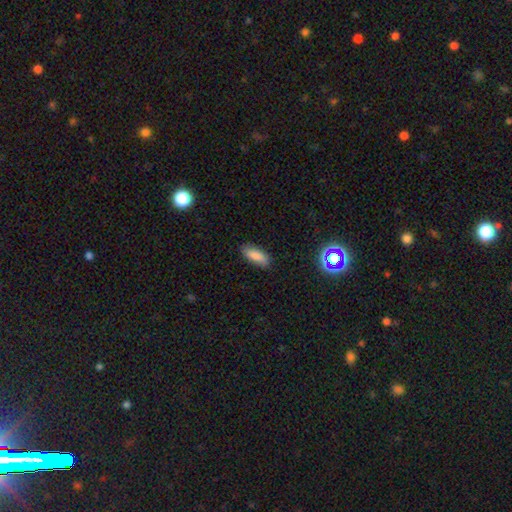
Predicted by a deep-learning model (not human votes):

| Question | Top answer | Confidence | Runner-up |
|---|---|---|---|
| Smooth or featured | smooth | 84% | star or artifact (9%) |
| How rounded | in between | 77% | cigar-shaped (21%) |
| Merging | none | 83% | minor disturbance (13%) |